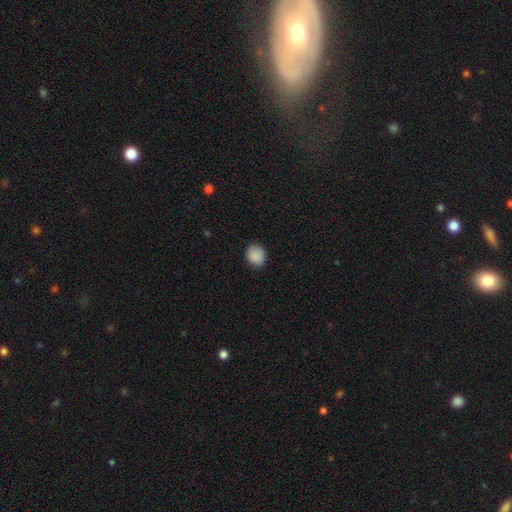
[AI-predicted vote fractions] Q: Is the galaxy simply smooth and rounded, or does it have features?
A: smooth — 89%.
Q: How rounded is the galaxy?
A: round — 70%.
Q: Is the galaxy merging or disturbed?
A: none — 83%.